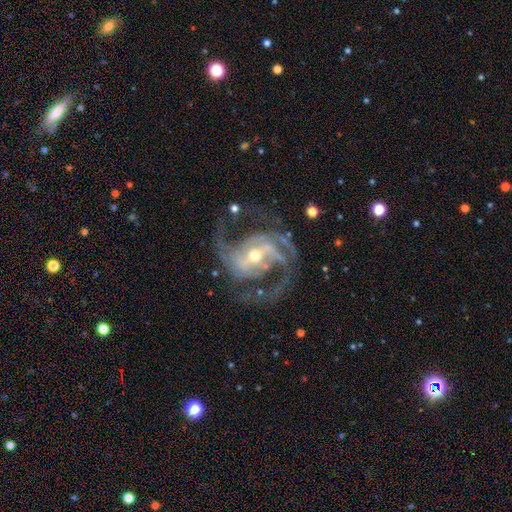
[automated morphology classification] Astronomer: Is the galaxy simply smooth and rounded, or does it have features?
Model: featured or disk — 91%.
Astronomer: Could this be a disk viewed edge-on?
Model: no — 97%.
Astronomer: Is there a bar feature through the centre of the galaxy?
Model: strong — 44% (runner-up: weak, 36%).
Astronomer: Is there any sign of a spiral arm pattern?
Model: yes — 98%.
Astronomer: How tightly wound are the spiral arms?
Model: medium — 59%.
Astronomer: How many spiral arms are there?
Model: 2 — 65%.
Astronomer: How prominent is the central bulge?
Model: small — 48% (runner-up: moderate, 47%).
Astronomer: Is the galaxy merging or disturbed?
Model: none — 68%.